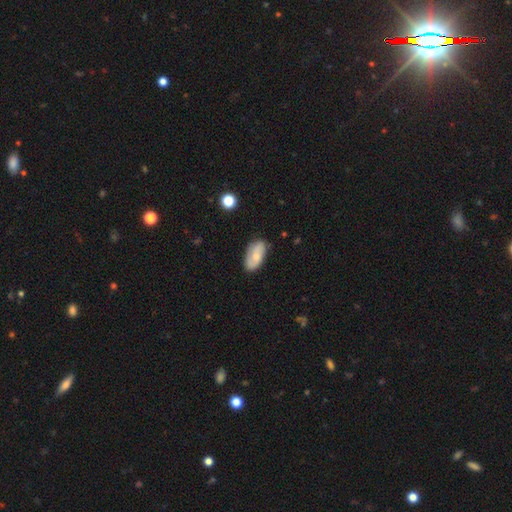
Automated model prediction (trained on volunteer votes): This is likely a smooth galaxy (61%). How rounded: clearly in between (92%). Merging: likely none (75%).